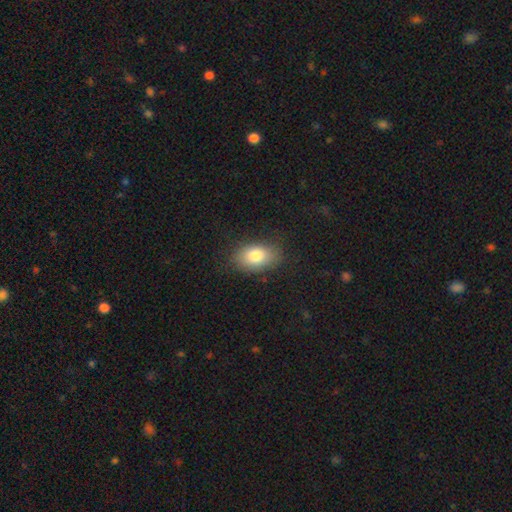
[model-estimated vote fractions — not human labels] The model was most divided on "merging": none: 82%, minor disturbance: 13%, major disturbance: 4%, merger: 1%. More confident: how rounded — in between (87%); smooth or featured — smooth (82%).